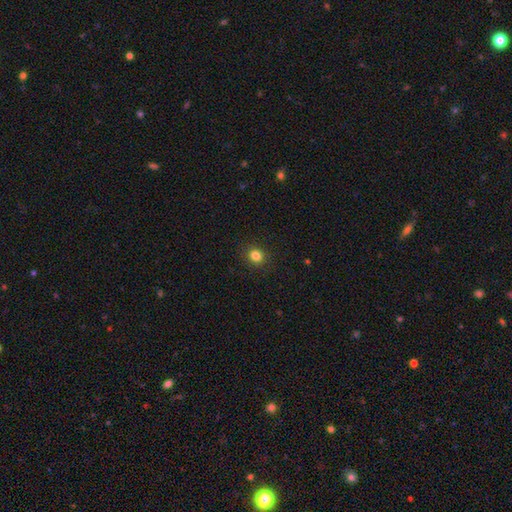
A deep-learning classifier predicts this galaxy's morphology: The model was most divided on "how rounded": round: 76%, in between: 23%, cigar-shaped: 1%. More confident: merging — none (90%); smooth or featured — smooth (83%).